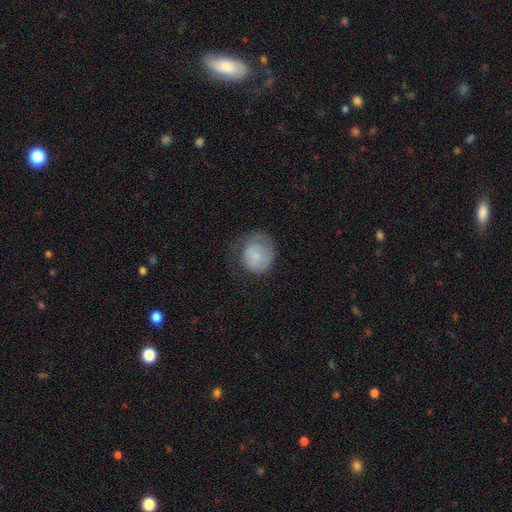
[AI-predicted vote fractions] Smooth or featured? smooth (76%)
How rounded? round (77%)
Merging? none (45%)